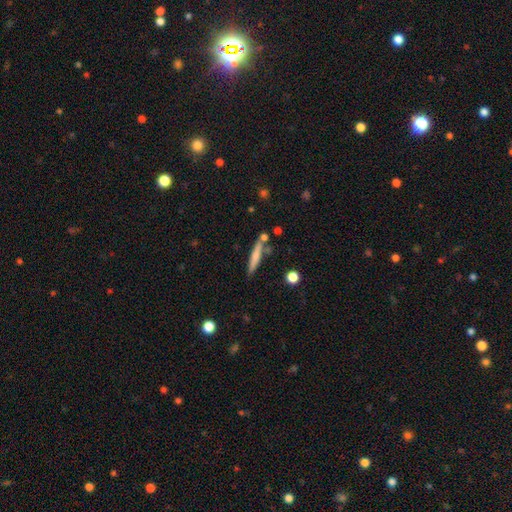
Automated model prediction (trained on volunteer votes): This is likely a smooth galaxy (64%). How rounded: clearly cigar-shaped (92%). Merging: likely none (73%).